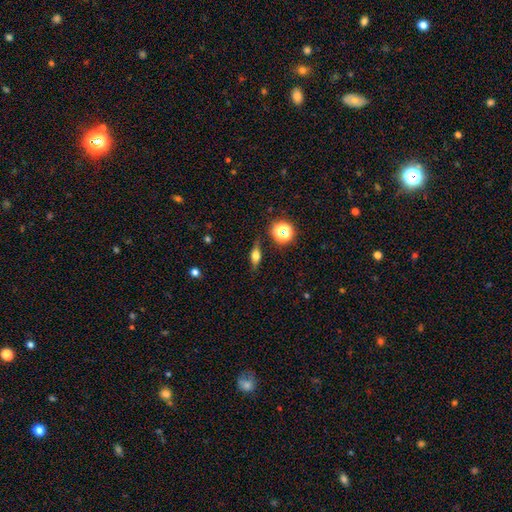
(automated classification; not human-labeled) smooth-or-featured: smooth: 51% | featured or disk: 38% | star or artifact: 11%
  how-rounded: in between: 50% | cigar-shaped: 33% | round: 17%
  merging: none: 83% | minor disturbance: 12% | major disturbance: 3% | merger: 2%